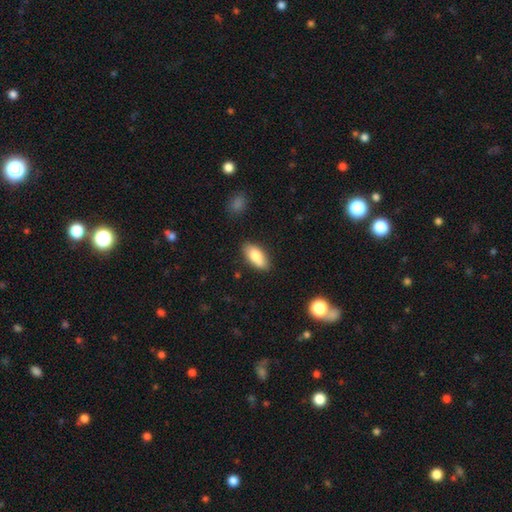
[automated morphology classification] smooth 82%, featured or disk 11%, star or artifact 6%. Down the decision tree: how rounded — in between (88%); merging — none (83%).